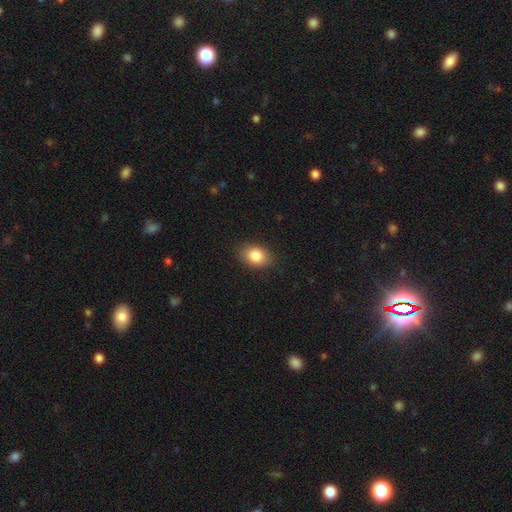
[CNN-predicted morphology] Overall: smooth (84%). How rounded: in between (71%). Merging: none (87%).